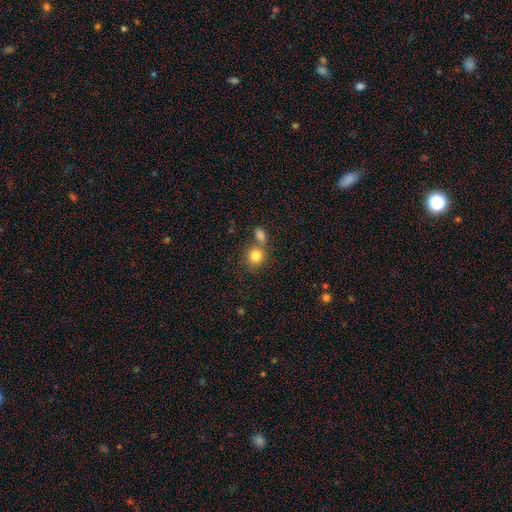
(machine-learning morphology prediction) smooth 83%, star or artifact 10%, featured or disk 8%. Down the decision tree: how rounded — round (82%); merging — none (52%).